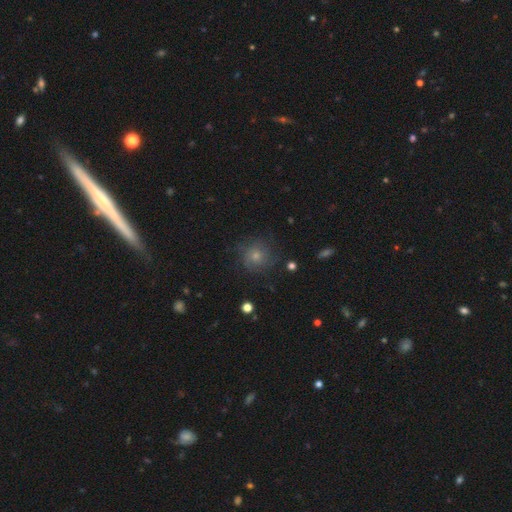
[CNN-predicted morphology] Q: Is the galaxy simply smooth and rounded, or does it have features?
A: smooth — 38%.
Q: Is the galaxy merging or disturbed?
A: none — 80%.